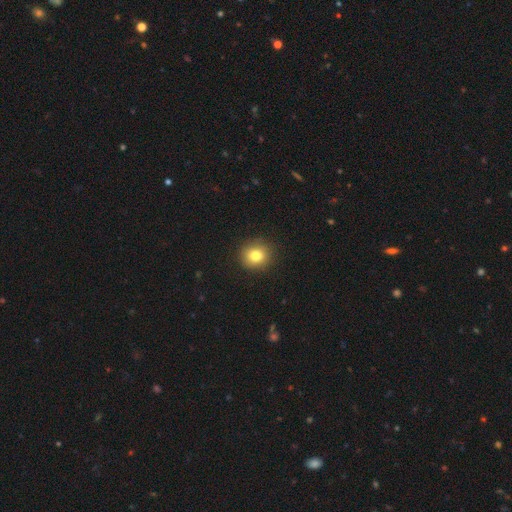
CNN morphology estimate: Smooth or featured?
  - smooth: 80% *
  - star or artifact: 12%
  - featured or disk: 9%
How rounded?
  - round: 88% *
  - in between: 11%
  - cigar-shaped: 1%
Merging?
  - none: 90% *
  - minor disturbance: 7%
  - major disturbance: 2%
  - merger: 1%